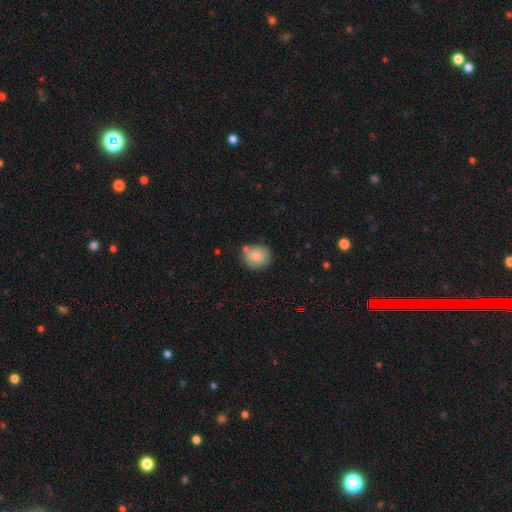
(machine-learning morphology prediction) Smooth or featured? smooth (85%)
How rounded? round (76%)
Merging? none (71%)